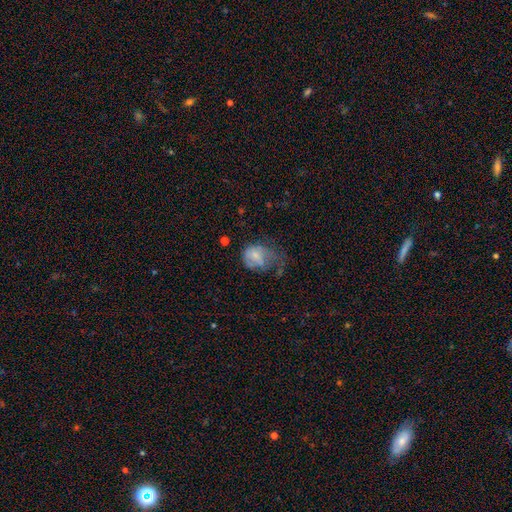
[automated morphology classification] Smooth or featured?
  - smooth: 62% *
  - featured or disk: 28%
  - star or artifact: 9%
How rounded?
  - in between: 59% *
  - round: 40%
  - cigar-shaped: 1%
Merging?
  - major disturbance: 52% *
  - minor disturbance: 26%
  - none: 19%
  - merger: 4%